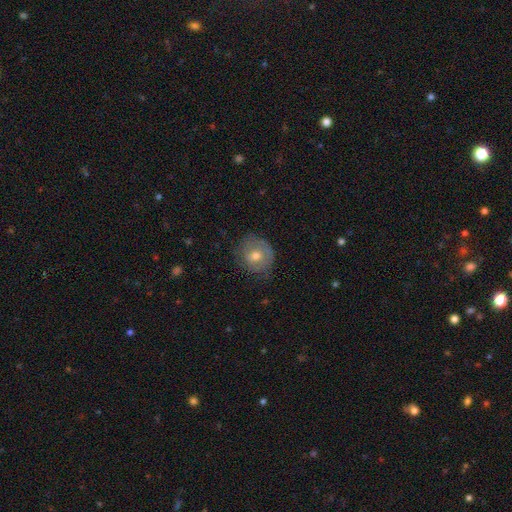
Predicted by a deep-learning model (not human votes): Smooth or featured?
  - smooth: 57% *
  - featured or disk: 34%
  - star or artifact: 8%
How rounded?
  - round: 77% *
  - in between: 22%
  - cigar-shaped: 1%
Merging?
  - none: 66% *
  - minor disturbance: 24%
  - major disturbance: 9%
  - merger: 1%